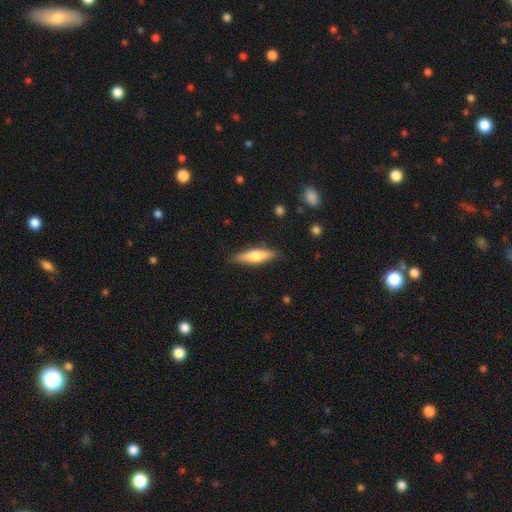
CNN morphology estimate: This appears to be a smooth galaxy with no disk features (64%) that is cigar-shaped (66%). Merging: none (86%).